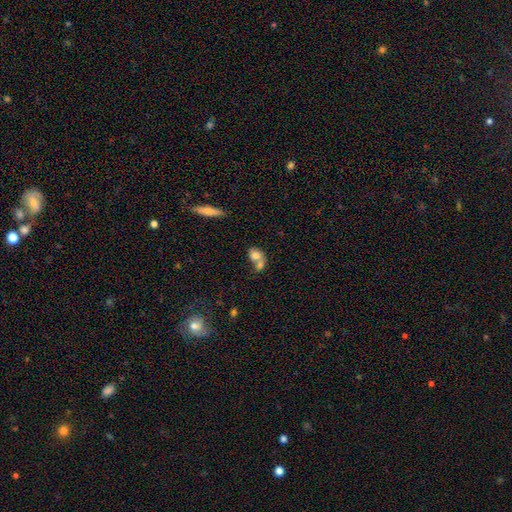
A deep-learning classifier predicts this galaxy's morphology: A smooth galaxy with no disk features (74%) that is in between round and cigar-shaped (60%). Merging: merger (64%).